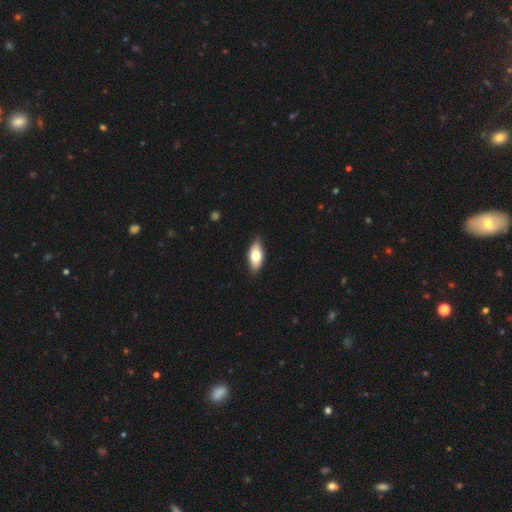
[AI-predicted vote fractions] Smooth or featured? smooth (71%)
How rounded? in between (85%)
Merging? none (85%)